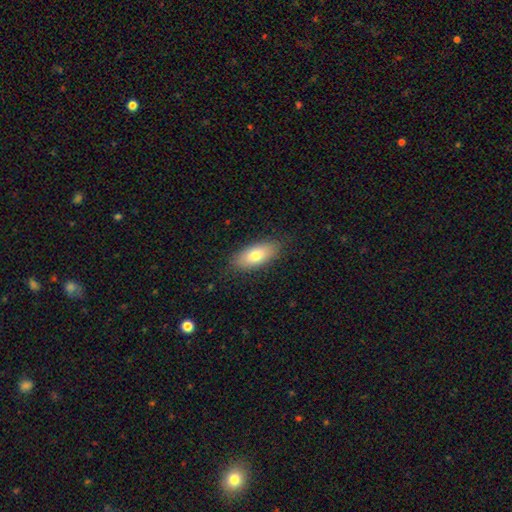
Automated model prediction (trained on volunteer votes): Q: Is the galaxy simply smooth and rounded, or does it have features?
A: smooth — 75%.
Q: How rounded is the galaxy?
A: in between — 84%.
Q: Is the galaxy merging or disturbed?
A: none — 85%.